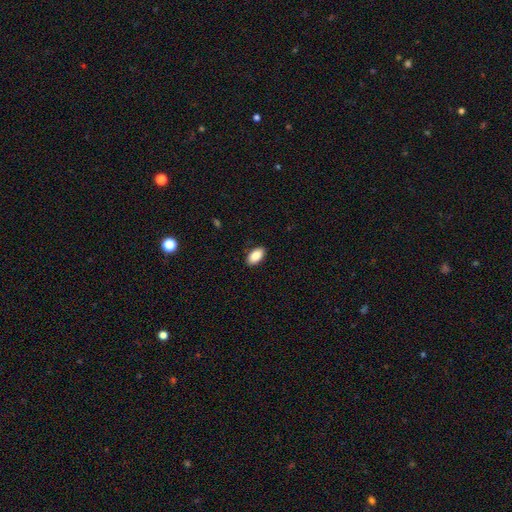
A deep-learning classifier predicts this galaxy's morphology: smooth_or_featured: smooth (p=0.88) [alt: star or artifact p=0.07]
how_rounded: in between (p=0.94) [alt: round p=0.04]
merging: none (p=0.89) [alt: minor disturbance p=0.09]